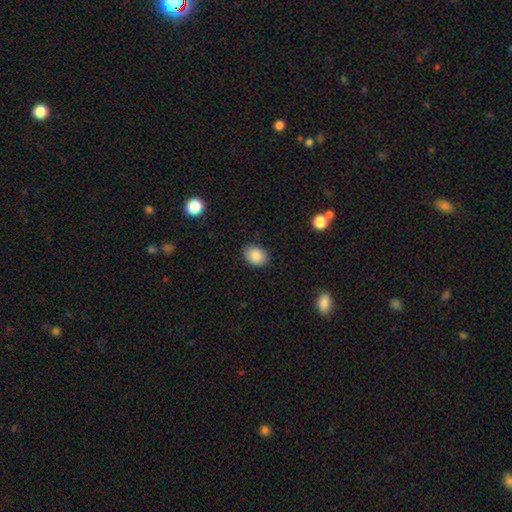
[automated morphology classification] Overall: smooth (88%). How rounded: in between (72%). Merging: none (85%).